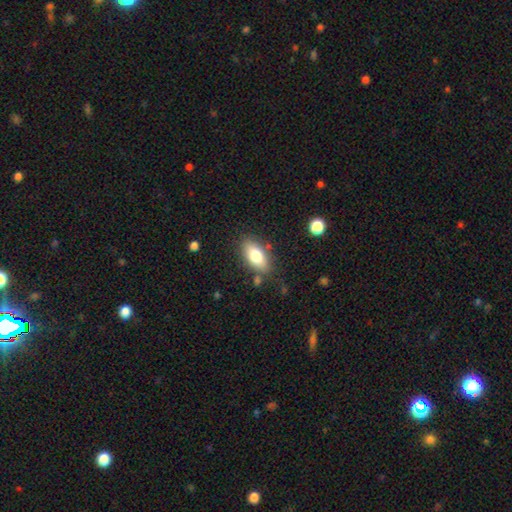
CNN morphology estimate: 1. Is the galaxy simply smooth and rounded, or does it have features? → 79% smooth, 14% featured or disk, 7% star or artifact.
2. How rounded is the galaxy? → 89% in between, 7% cigar-shaped, 4% round.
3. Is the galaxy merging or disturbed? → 79% none, 14% minor disturbance, 4% major disturbance, 4% merger.